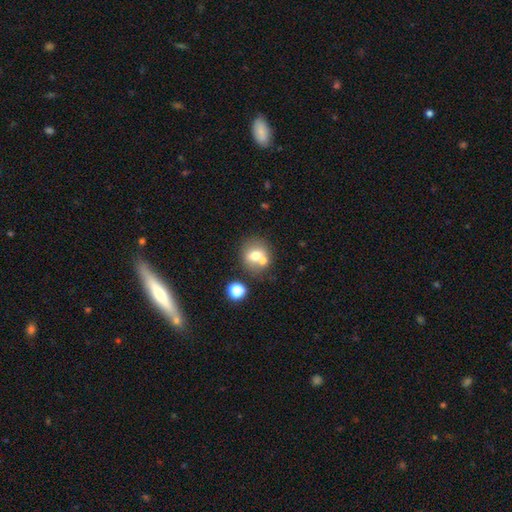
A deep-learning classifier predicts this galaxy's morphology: A smooth galaxy with no disk features (66%) that is round (80%).

Vote fractions:
- Smooth or featured? smooth: 66% / featured or disk: 21% / star or artifact: 13%
- How rounded? round: 80% / in between: 19% / cigar-shaped: 1%
- Merging? none: 55% / merger: 32% / minor disturbance: 10% / major disturbance: 4%